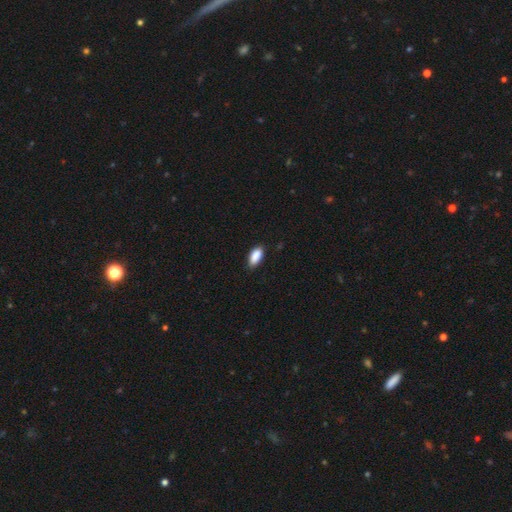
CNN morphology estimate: smooth_or_featured: smooth (p=0.89) [alt: star or artifact p=0.07]
how_rounded: in between (p=0.89) [alt: cigar-shaped p=0.09]
merging: none (p=0.84) [alt: minor disturbance p=0.13]